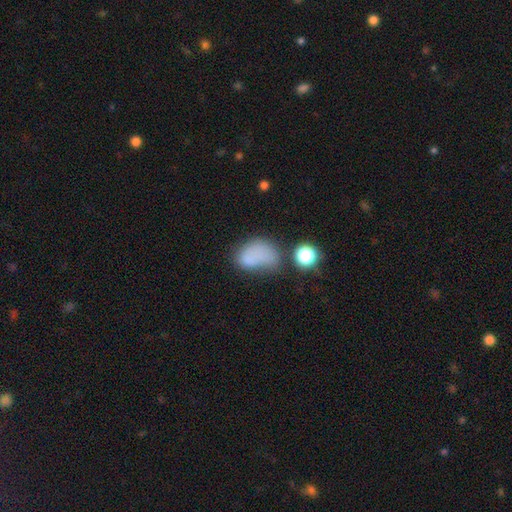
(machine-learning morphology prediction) Overall: smooth (72%). How rounded: in between (78%). Merging: none (30%; minor disturbance 27%).